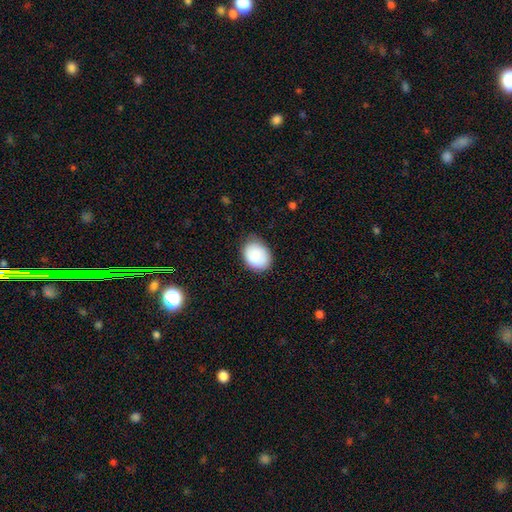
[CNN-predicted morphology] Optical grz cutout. It shows a smooth galaxy with no disk features (83%) that is in between round and cigar-shaped (60%). Merging: none (78%).